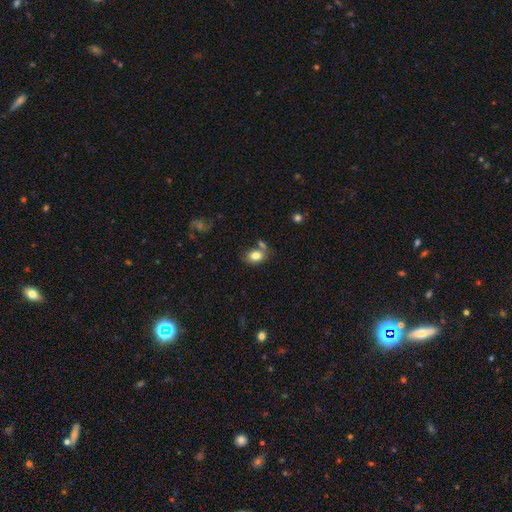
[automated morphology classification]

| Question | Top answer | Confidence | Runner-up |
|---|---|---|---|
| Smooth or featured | smooth | 81% | featured or disk (10%) |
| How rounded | in between | 77% | round (22%) |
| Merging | none | 62% | merger (19%) |